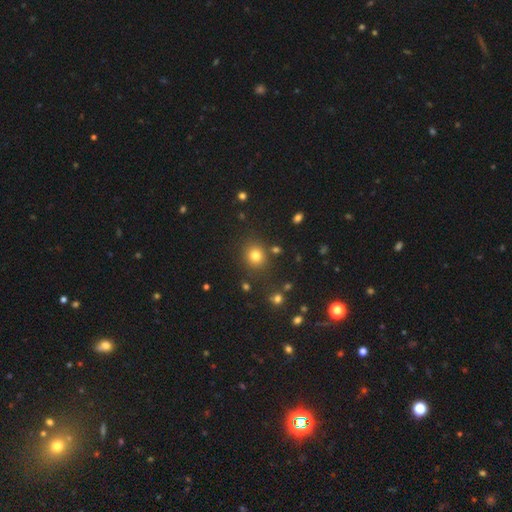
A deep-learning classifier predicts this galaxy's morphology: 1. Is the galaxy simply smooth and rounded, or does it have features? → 78% smooth, 16% star or artifact, 6% featured or disk.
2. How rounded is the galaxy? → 83% round, 16% in between, 1% cigar-shaped.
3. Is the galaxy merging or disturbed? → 84% none, 8% minor disturbance, 5% merger, 3% major disturbance.